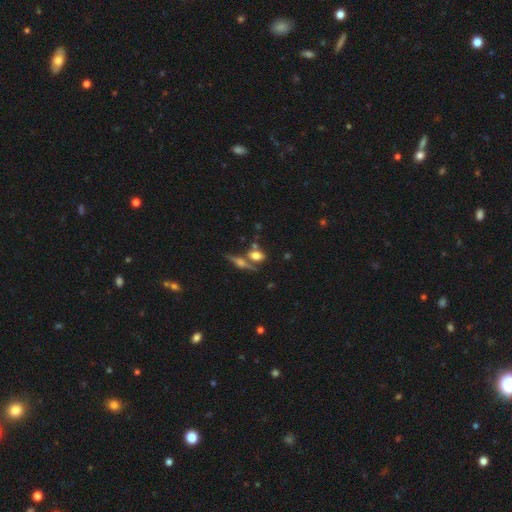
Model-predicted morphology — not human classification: Smooth or featured? smooth (58%)
How rounded? in between (69%)
Merging? none (55%)